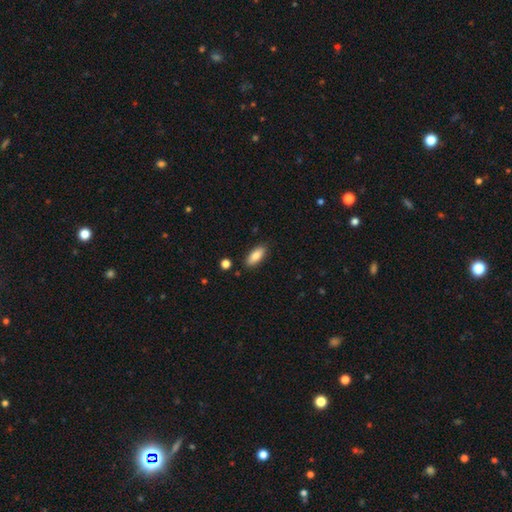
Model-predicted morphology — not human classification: A smooth galaxy with no disk features (82%) that is in between round and cigar-shaped (80%). Merging: none (86%).